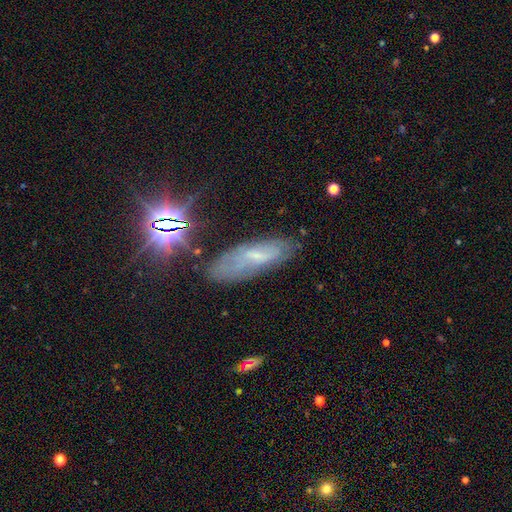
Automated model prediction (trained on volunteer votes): Smooth or featured: featured or disk — 46% (smooth — 35%)
Merging: none — 69% (minor disturbance — 21%)